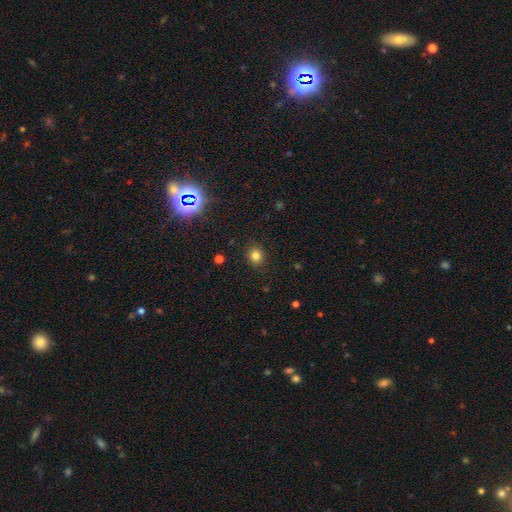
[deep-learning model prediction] This is clearly a smooth galaxy (80%). How rounded: likely round (78%). Merging: clearly none (88%).